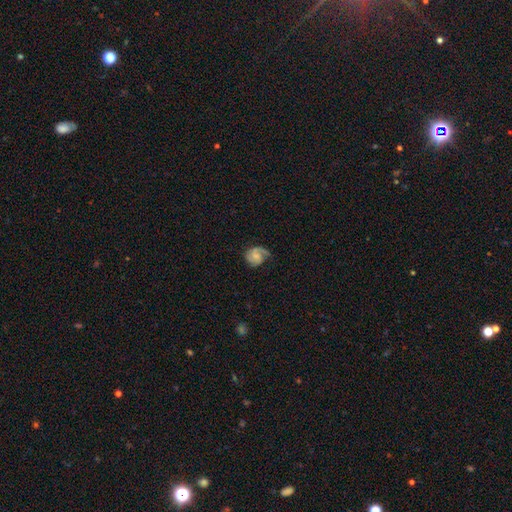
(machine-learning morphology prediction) type=featured or disk (74%); edge-on=no (98%); bar=no (54%); spiral arms=yes (95%); winding=medium (46%); arm count=2 (73%); bulge=small (43%); merging=none (65%).